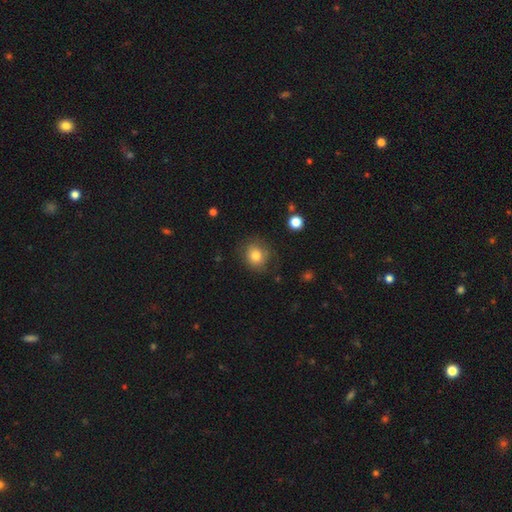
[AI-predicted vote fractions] Smooth or featured: smooth — 79% (featured or disk — 11%)
How rounded: round — 75% (in between — 24%)
Merging: none — 77% (minor disturbance — 16%)